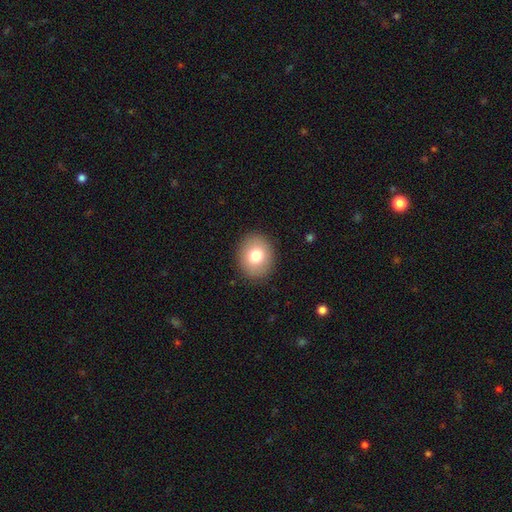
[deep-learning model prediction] Q: Smooth or featured?
A: smooth (77%); runner-up: featured or disk (14%)
Q: How rounded?
A: round (62%); runner-up: in between (37%)
Q: Merging?
A: none (89%); runner-up: minor disturbance (7%)